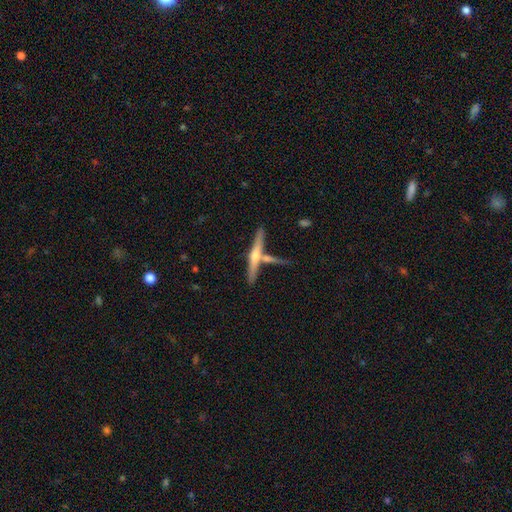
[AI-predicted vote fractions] featured or disk 64%, smooth 31%, star or artifact 6%. Down the decision tree: edge-on disk — yes (96%); edge-on bulge — rounded (86%); merging — none (65%).